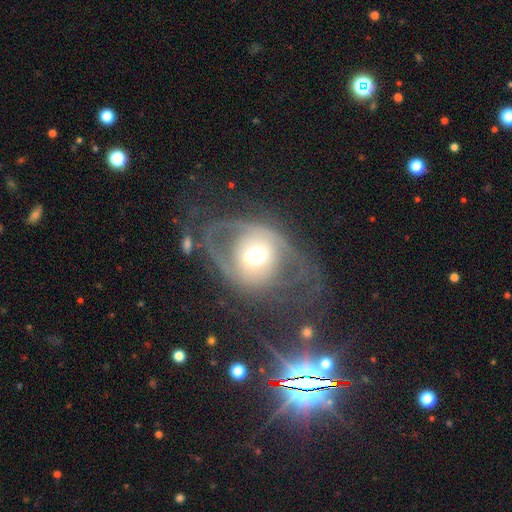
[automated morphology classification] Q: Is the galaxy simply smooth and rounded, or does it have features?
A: featured or disk — 67%.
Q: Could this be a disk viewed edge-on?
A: no — 95%.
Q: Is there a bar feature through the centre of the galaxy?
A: no — 53%.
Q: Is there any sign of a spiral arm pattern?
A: yes — 60%.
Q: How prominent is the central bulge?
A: moderate — 64%.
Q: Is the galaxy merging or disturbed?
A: none — 39%.